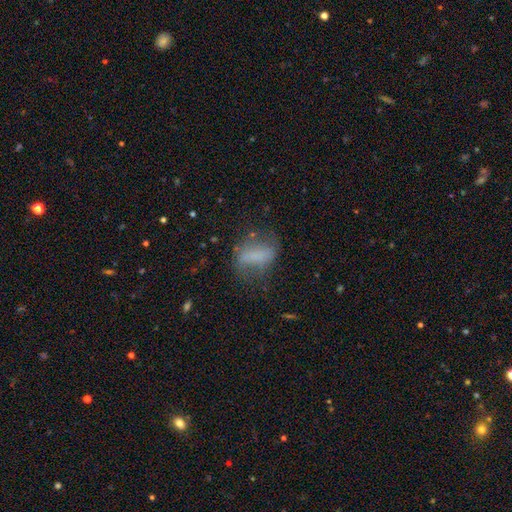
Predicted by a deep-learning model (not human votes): Smooth or featured?
  - smooth: 55% *
  - featured or disk: 33%
  - star or artifact: 12%
How rounded?
  - in between: 73% *
  - cigar-shaped: 16%
  - round: 11%
Merging?
  - none: 48% *
  - minor disturbance: 26%
  - major disturbance: 23%
  - merger: 4%